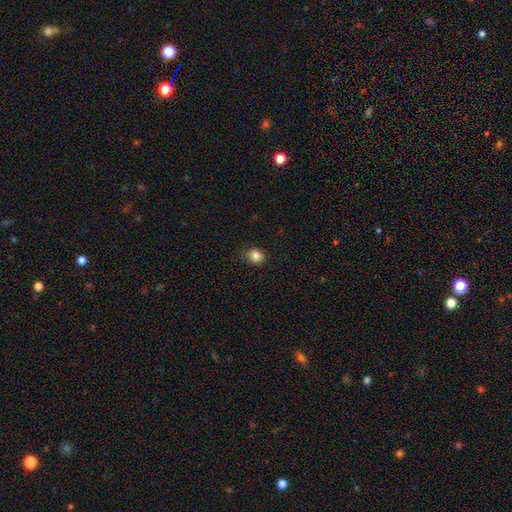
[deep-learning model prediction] A smooth galaxy with no disk features (85%) that is round (68%).

Vote fractions:
- Smooth or featured? smooth: 85% / star or artifact: 11% / featured or disk: 4%
- How rounded? round: 68% / in between: 32% / cigar-shaped: 1%
- Merging? none: 80% / minor disturbance: 15% / major disturbance: 3% / merger: 1%